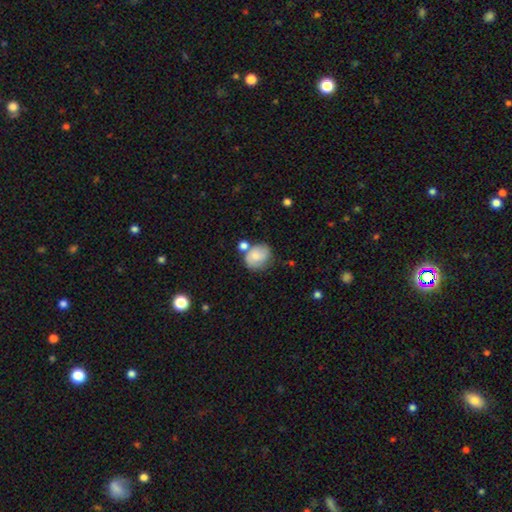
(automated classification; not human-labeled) smooth_or_featured: smooth (p=0.65) [alt: featured or disk p=0.27]
how_rounded: round (p=0.62) [alt: in between p=0.37]
merging: none (p=0.50) [alt: minor disturbance p=0.22]